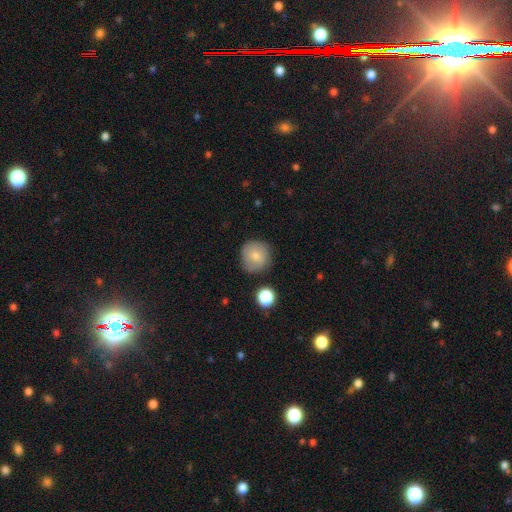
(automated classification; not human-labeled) A smooth galaxy with no disk features (72%) that is round (93%).

Vote fractions:
- Smooth or featured? smooth: 72% / featured or disk: 19% / star or artifact: 9%
- How rounded? round: 93% / in between: 6% / cigar-shaped: 1%
- Merging? none: 79% / minor disturbance: 14% / major disturbance: 4% / merger: 3%